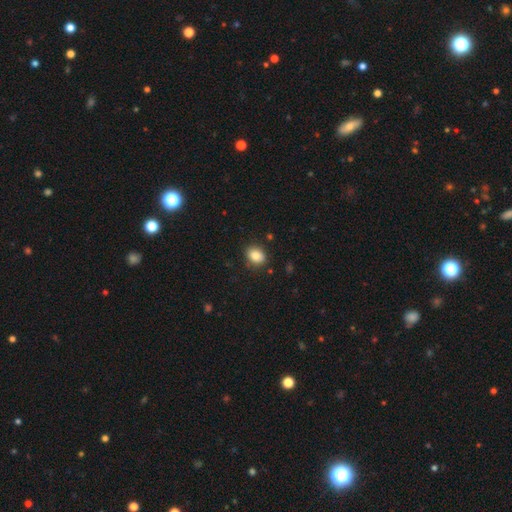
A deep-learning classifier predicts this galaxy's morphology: Smooth or featured: smooth — 85% (star or artifact — 9%)
How rounded: in between — 56% (round — 43%)
Merging: none — 86% (minor disturbance — 10%)